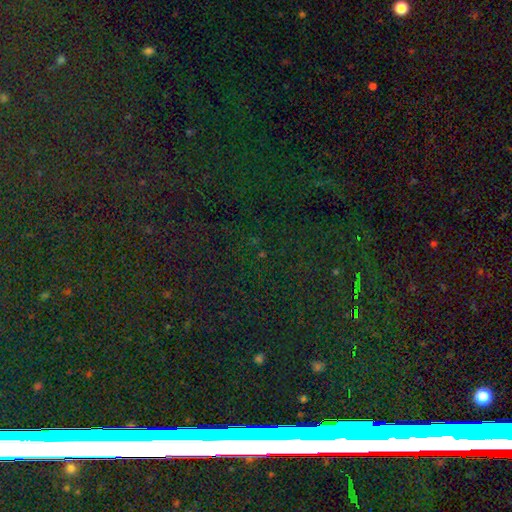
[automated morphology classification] Q: Smooth or featured?
A: star or artifact (77%); runner-up: smooth (11%)